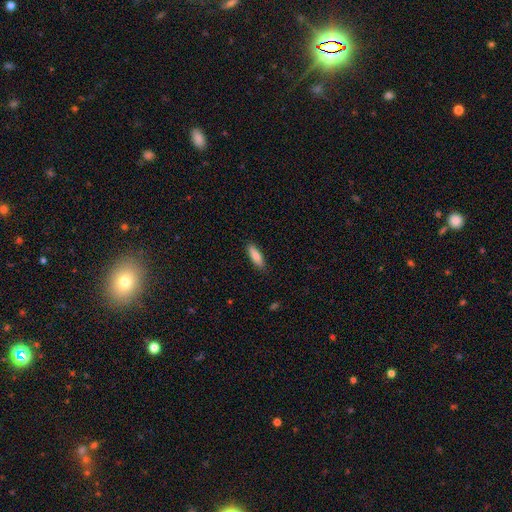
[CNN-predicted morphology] type=smooth (82%); roundness=cigar-shaped (55%); merging=none (88%).